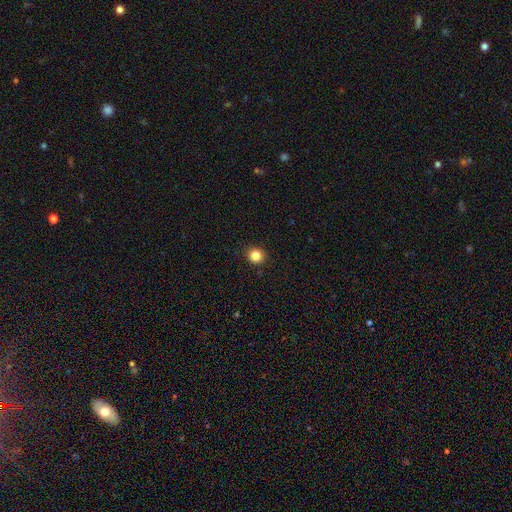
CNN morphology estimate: Overall: smooth (84%). How rounded: round (86%). Merging: none (91%).